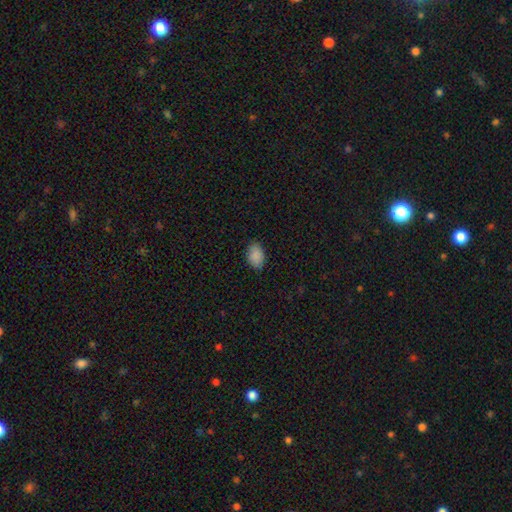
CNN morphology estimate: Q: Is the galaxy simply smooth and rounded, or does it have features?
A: smooth — 90%.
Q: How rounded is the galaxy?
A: in between — 88%.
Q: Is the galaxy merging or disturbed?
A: none — 85%.